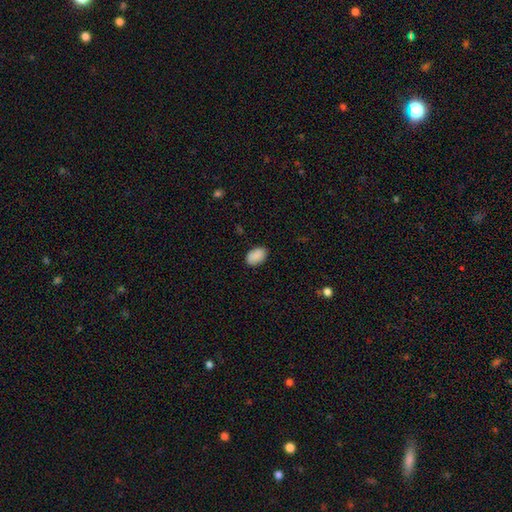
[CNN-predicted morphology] Smooth or featured?
  - smooth: 89% *
  - star or artifact: 7%
  - featured or disk: 4%
How rounded?
  - in between: 91% *
  - round: 8%
  - cigar-shaped: 1%
Merging?
  - none: 86% *
  - minor disturbance: 10%
  - major disturbance: 2%
  - merger: 1%